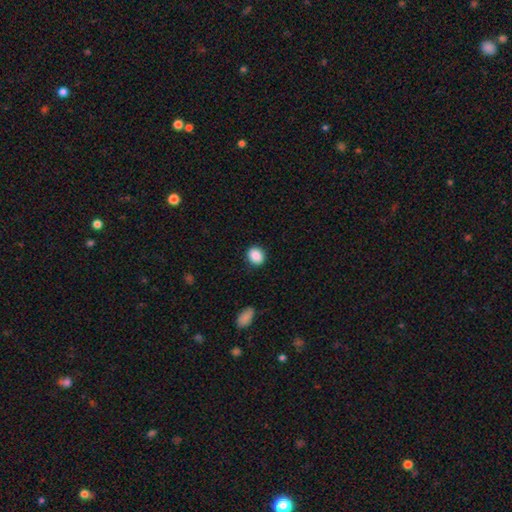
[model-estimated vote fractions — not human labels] Smooth or featured? Predicted: smooth (p=0.89). How rounded? Predicted: round (p=0.62). Merging? Predicted: none (p=0.88).